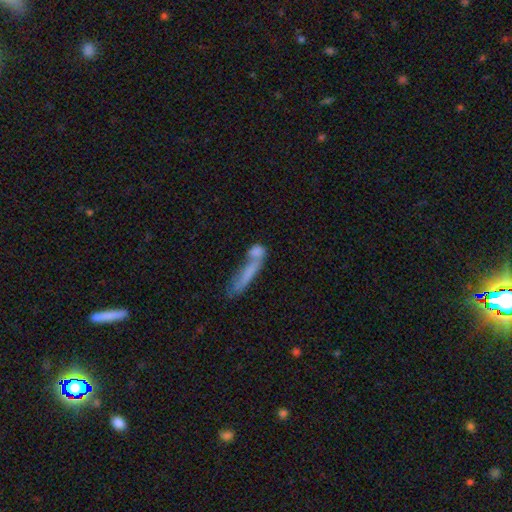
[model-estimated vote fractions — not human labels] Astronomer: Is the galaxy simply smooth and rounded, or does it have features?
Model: smooth — 68%.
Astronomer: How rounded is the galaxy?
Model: cigar-shaped — 72%.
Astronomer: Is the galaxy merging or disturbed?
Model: merger — 46% (runner-up: none, 32%).